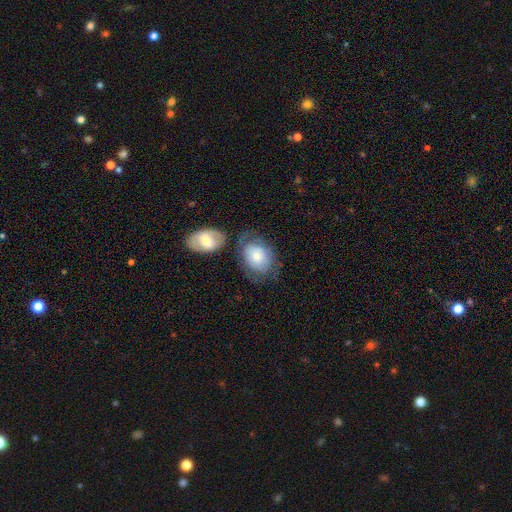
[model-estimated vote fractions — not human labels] smooth 69%, featured or disk 25%, star or artifact 6%. Down the decision tree: how rounded — in between (70%); merging — none (44%).